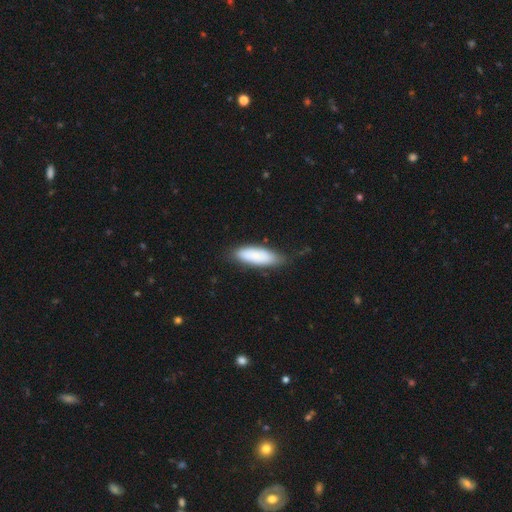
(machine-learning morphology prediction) Q: Smooth or featured?
A: smooth (83%); runner-up: featured or disk (11%)
Q: How rounded?
A: in between (63%); runner-up: cigar-shaped (35%)
Q: Merging?
A: none (71%); runner-up: minor disturbance (22%)